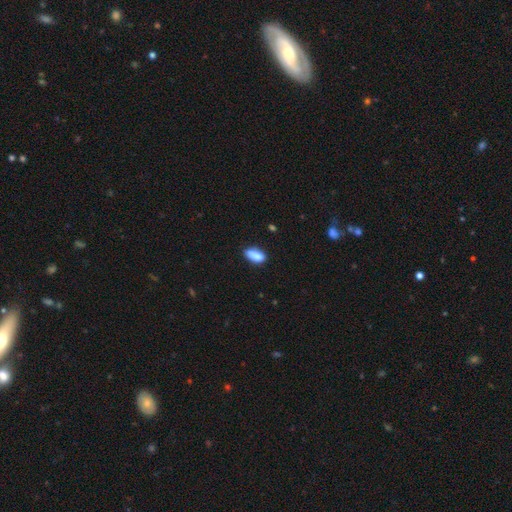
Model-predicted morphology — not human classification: A smooth galaxy with no disk features (83%) that is in between round and cigar-shaped (84%). Merging: none (61%).